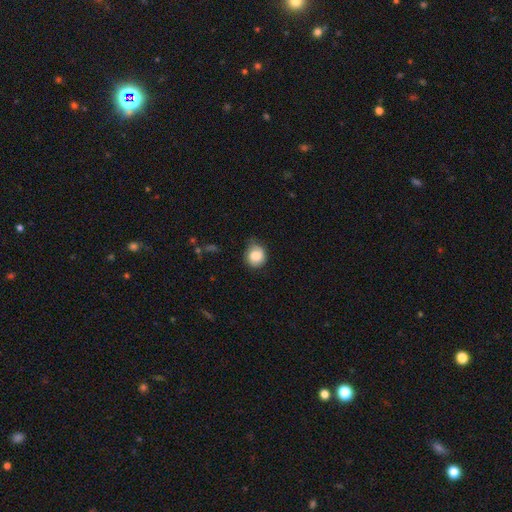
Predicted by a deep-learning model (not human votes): Smooth or featured? Predicted: smooth (p=0.75). How rounded? Predicted: round (p=0.73). Merging? Predicted: none (p=0.62).